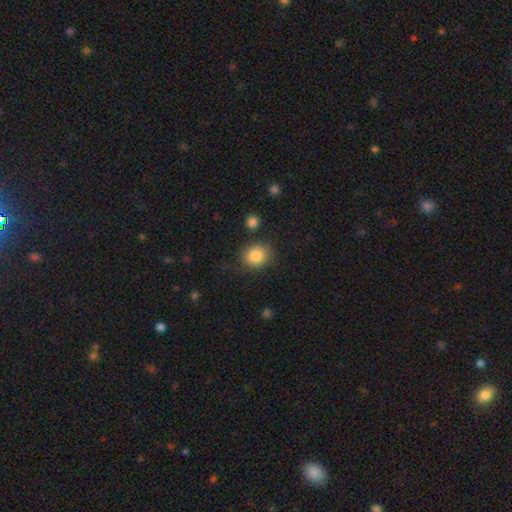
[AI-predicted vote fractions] Smooth or featured? smooth (85%)
How rounded? round (74%)
Merging? none (80%)